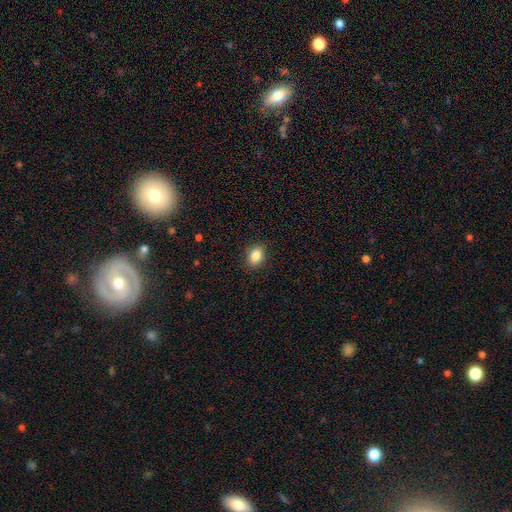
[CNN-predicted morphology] This appears to be a smooth galaxy with no disk features (86%) that is in between round and cigar-shaped (76%). Merging: none (89%).